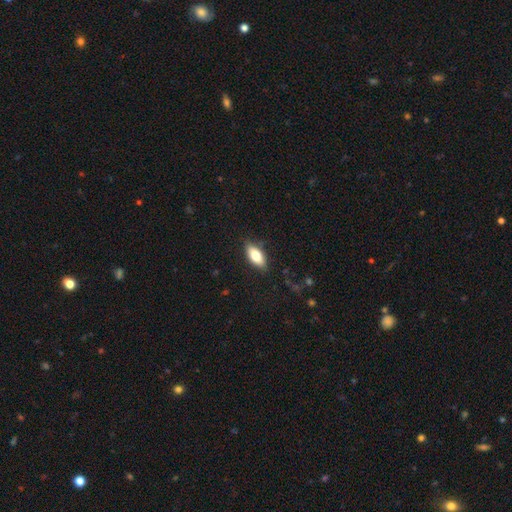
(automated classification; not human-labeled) Smooth or featured?
  - smooth: 77% *
  - featured or disk: 16%
  - star or artifact: 7%
How rounded?
  - in between: 86% *
  - cigar-shaped: 11%
  - round: 3%
Merging?
  - none: 84% *
  - minor disturbance: 12%
  - major disturbance: 3%
  - merger: 1%